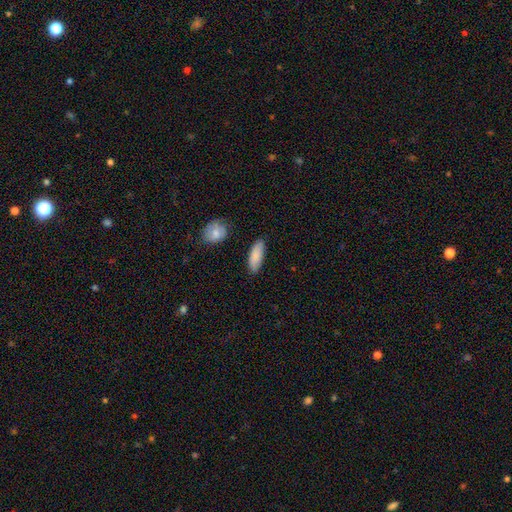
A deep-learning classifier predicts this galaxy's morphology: Overall: smooth (86%). How rounded: in between (70%). Merging: none (81%).